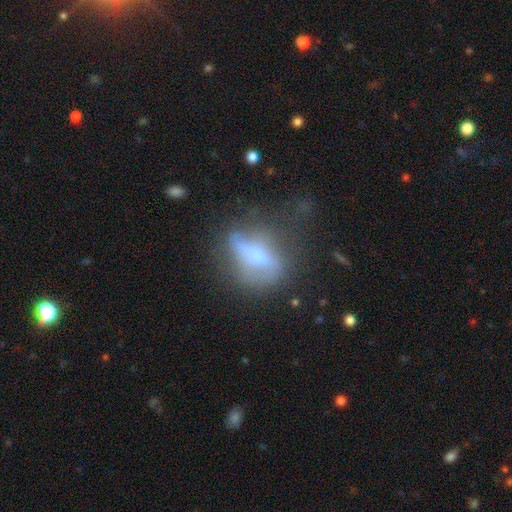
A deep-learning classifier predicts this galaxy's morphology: Q: Smooth or featured?
A: featured or disk (54%); runner-up: smooth (36%)
Q: Edge-on disk?
A: no (74%); runner-up: yes (26%)
Q: Merging?
A: none (44%); runner-up: major disturbance (26%)